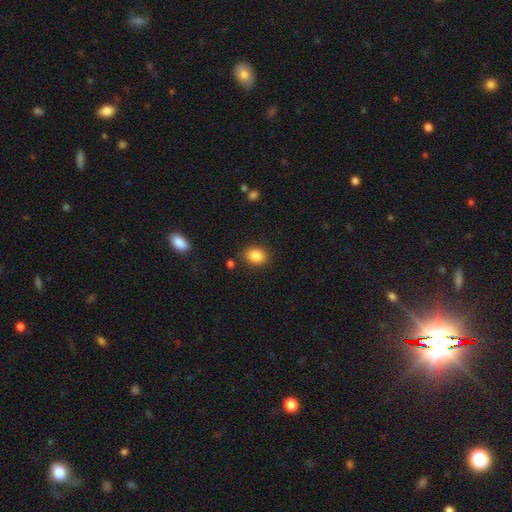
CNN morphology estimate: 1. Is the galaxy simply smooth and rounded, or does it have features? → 86% smooth, 9% star or artifact, 5% featured or disk.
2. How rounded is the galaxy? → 57% in between, 42% round, 1% cigar-shaped.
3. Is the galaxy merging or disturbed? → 84% none, 10% minor disturbance, 3% major disturbance, 3% merger.